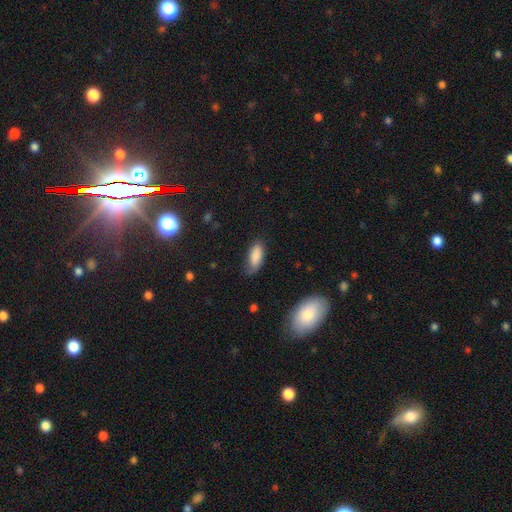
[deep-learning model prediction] smooth 85%, featured or disk 8%, star or artifact 7%. Down the decision tree: how rounded — in between (85%); merging — none (59%).